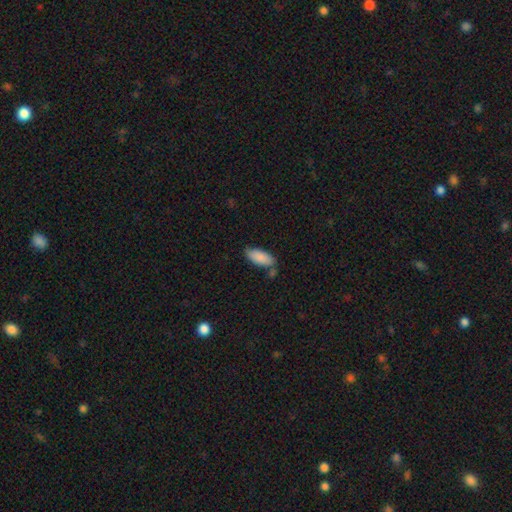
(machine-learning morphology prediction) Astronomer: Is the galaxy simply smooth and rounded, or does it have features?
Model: smooth — 68%.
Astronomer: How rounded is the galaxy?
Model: in between — 78%.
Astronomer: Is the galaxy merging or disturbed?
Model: none — 73%.